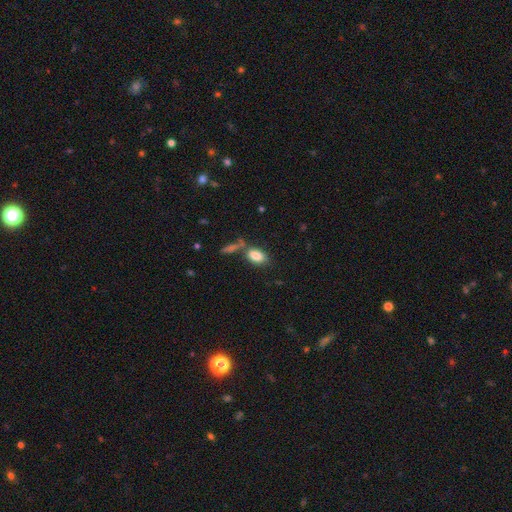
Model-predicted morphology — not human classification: Smooth or featured?
  - smooth: 83% *
  - star or artifact: 8%
  - featured or disk: 8%
How rounded?
  - in between: 89% *
  - round: 7%
  - cigar-shaped: 4%
Merging?
  - none: 63% *
  - merger: 18%
  - minor disturbance: 14%
  - major disturbance: 5%